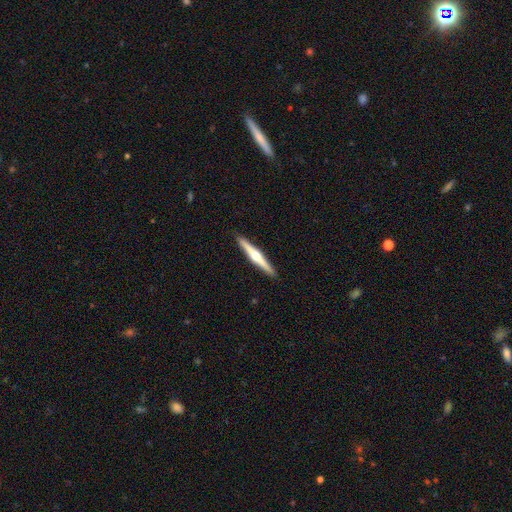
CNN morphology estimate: A featured or disk galaxy (70%) viewed edge-on (98%) with a rounded central bulge (92%). Merging: none (92%).